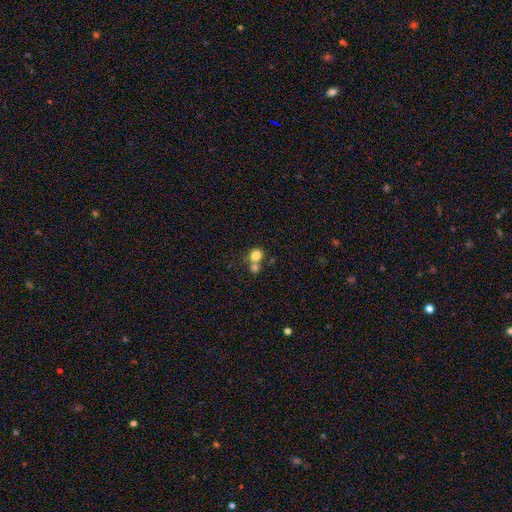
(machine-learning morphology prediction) Smooth or featured: smooth — 80% (star or artifact — 11%)
How rounded: round — 78% (in between — 21%)
Merging: merger — 48% (none — 40%)